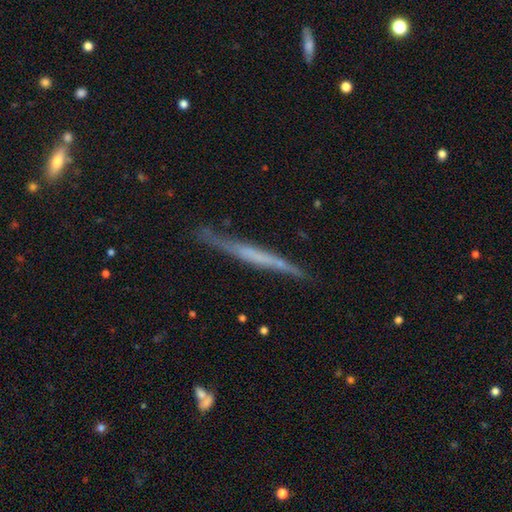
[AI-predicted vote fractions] A featured or disk galaxy (60%) viewed edge-on (94%) with no central bulge (74%). Merging: none (76%).